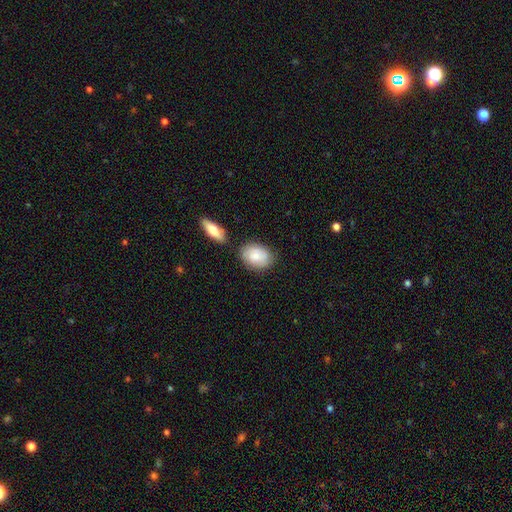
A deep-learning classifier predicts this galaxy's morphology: type=smooth (77%); roundness=in between (80%); merging=none (73%).